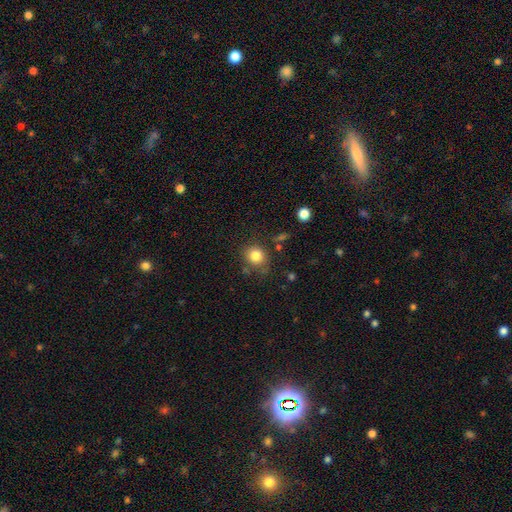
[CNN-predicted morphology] smooth 82%, star or artifact 11%, featured or disk 7%. Down the decision tree: how rounded — round (76%); merging — none (78%).